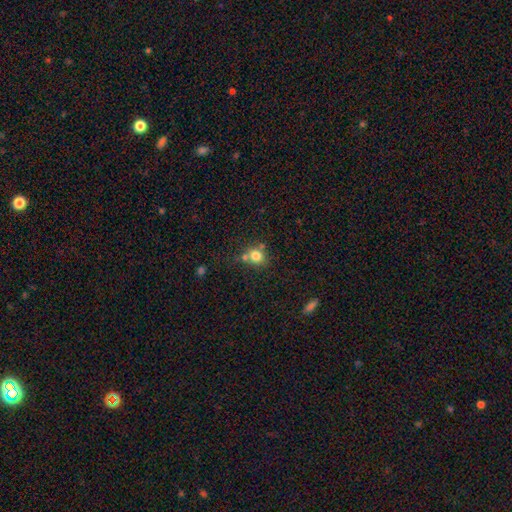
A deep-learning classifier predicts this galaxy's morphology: smooth_or_featured: smooth (p=0.78) [alt: star or artifact p=0.12]
how_rounded: round (p=0.81) [alt: in between p=0.18]
merging: none (p=0.56) [alt: merger p=0.28]